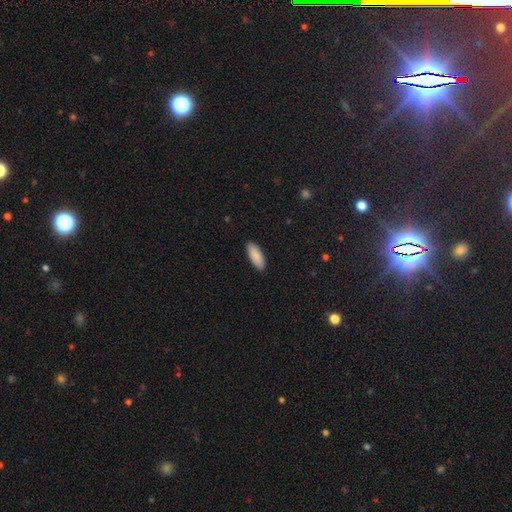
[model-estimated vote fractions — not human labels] A smooth galaxy with no disk features (90%) that is in between round and cigar-shaped (79%).

Vote fractions:
- Smooth or featured? smooth: 90% / star or artifact: 5% / featured or disk: 5%
- How rounded? in between: 79% / cigar-shaped: 20% / round: 2%
- Merging? none: 89% / minor disturbance: 8% / major disturbance: 2% / merger: 1%